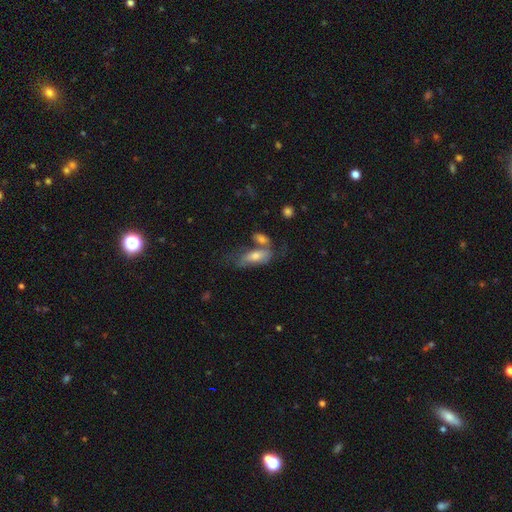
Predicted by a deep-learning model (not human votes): Smooth or featured?
  - smooth: 60% *
  - featured or disk: 31%
  - star or artifact: 8%
How rounded?
  - in between: 76% *
  - cigar-shaped: 21%
  - round: 4%
Merging?
  - none: 35% *
  - merger: 33%
  - minor disturbance: 19%
  - major disturbance: 13%